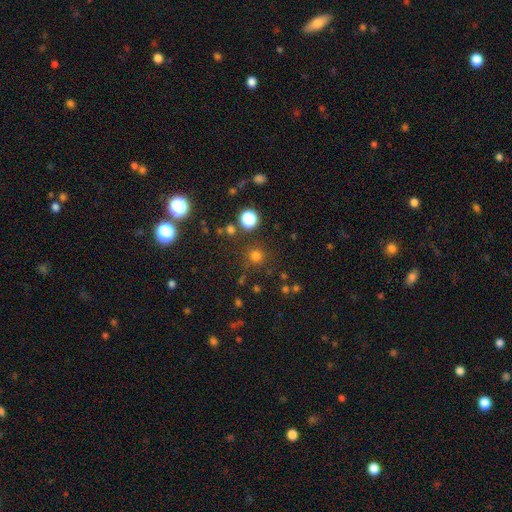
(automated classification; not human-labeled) Overall: smooth (71%). How rounded: round (93%). Merging: none (84%).